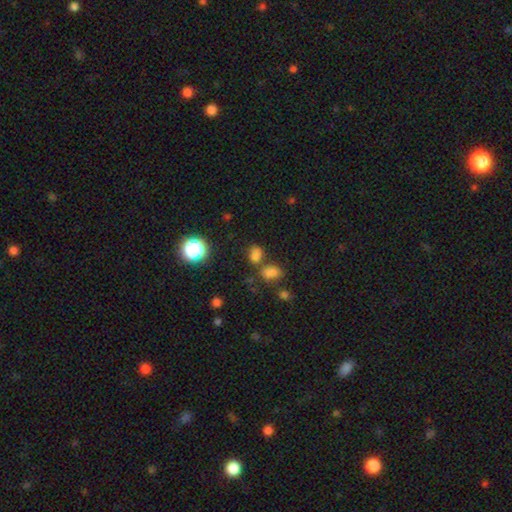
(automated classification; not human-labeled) Q: Smooth or featured?
A: smooth (68%); runner-up: star or artifact (25%)
Q: How rounded?
A: in between (59%); runner-up: round (38%)
Q: Merging?
A: none (48%); runner-up: merger (33%)